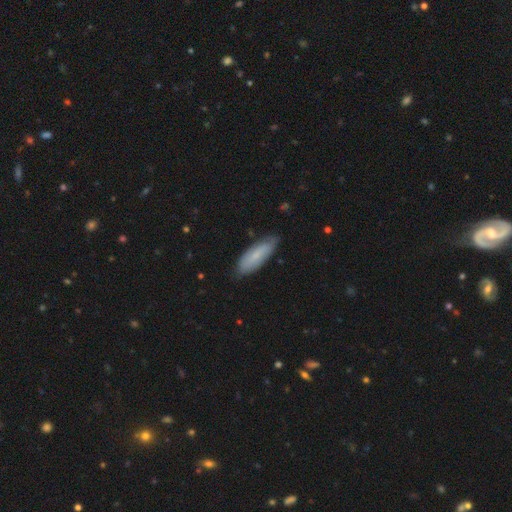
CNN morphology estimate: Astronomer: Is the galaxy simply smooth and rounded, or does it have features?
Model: smooth — 70%.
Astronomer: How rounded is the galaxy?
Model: in between — 58% (runner-up: cigar-shaped, 40%).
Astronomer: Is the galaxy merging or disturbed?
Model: none — 79%.